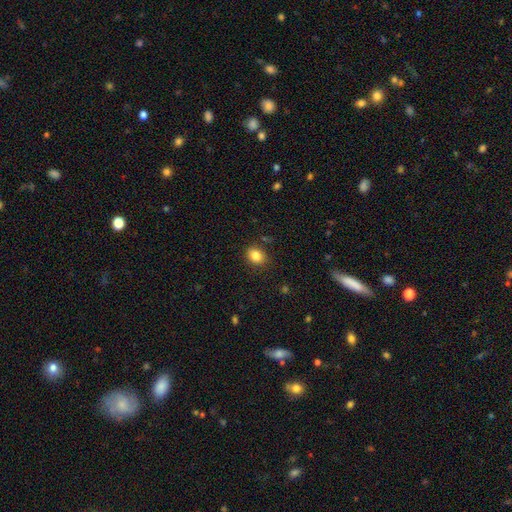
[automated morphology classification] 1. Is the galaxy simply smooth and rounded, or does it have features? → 85% smooth, 10% star or artifact, 5% featured or disk.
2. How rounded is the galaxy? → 54% in between, 45% round, 1% cigar-shaped.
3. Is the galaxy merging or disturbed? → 86% none, 10% minor disturbance, 3% major disturbance, 2% merger.